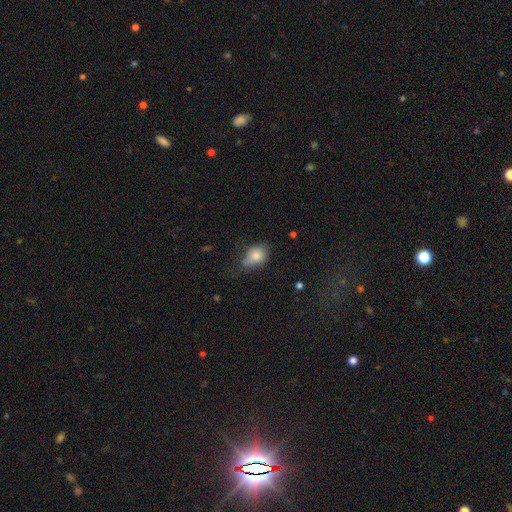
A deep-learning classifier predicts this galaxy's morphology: Smooth or featured? smooth (79%)
How rounded? in between (74%)
Merging? none (41%)